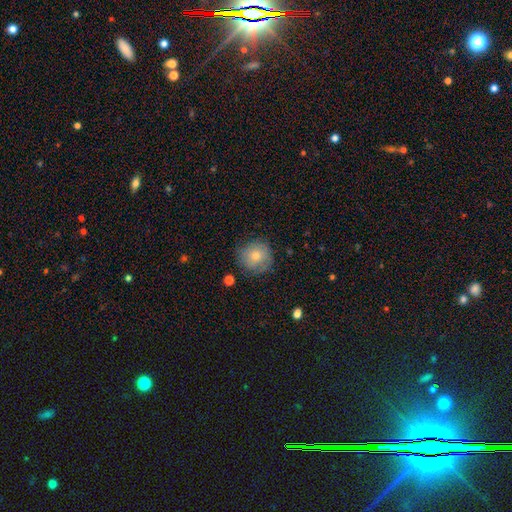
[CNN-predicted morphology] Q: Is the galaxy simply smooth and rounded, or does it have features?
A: smooth — 63%.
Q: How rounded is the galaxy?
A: round — 92%.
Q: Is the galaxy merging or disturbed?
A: none — 80%.